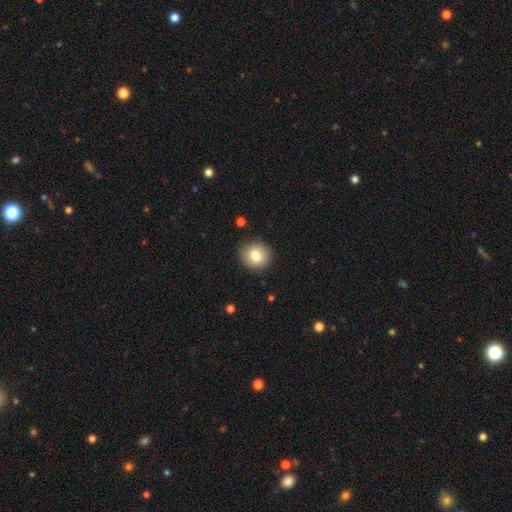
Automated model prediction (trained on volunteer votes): smooth_or_featured: smooth (p=0.81) [alt: featured or disk p=0.10]
how_rounded: round (p=0.86) [alt: in between p=0.13]
merging: none (p=0.89) [alt: minor disturbance p=0.07]